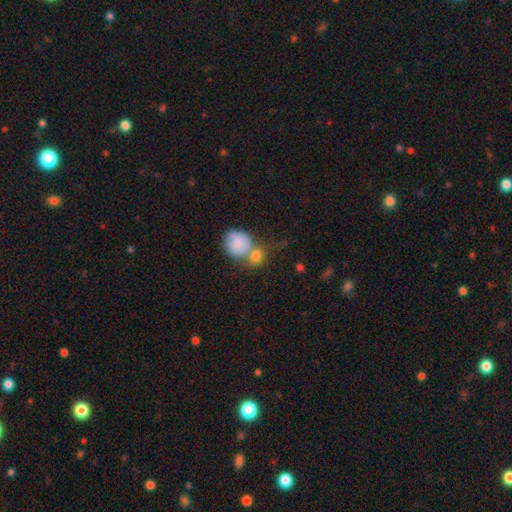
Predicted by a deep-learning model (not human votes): This appears to be a smooth galaxy with no disk features (80%) that is round (69%). Merging: merger (54%).